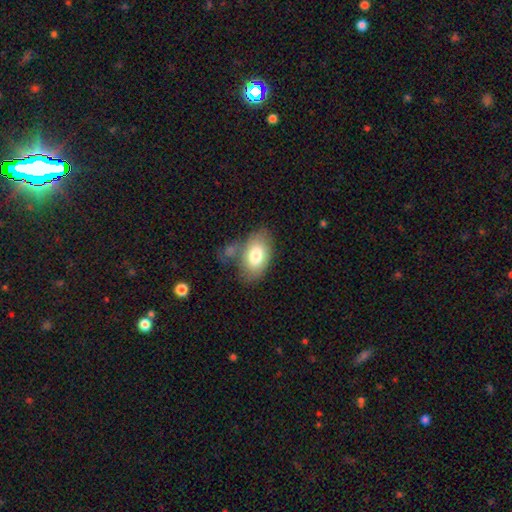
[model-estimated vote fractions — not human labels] Morphology: type=smooth (77%); roundness=in between (92%); merging=none (57%).